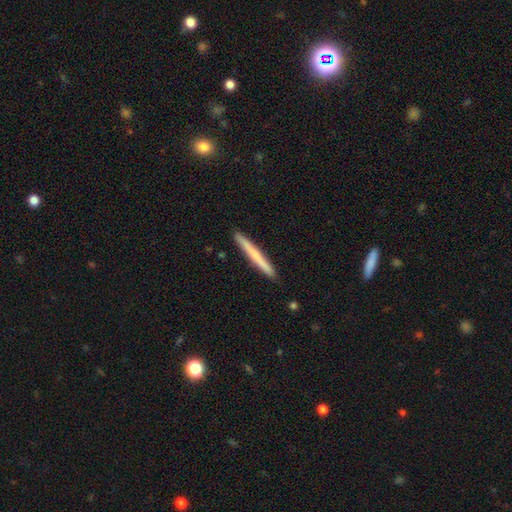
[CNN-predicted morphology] smooth-or-featured: smooth: 62% | featured or disk: 33% | star or artifact: 6%
  how-rounded: cigar-shaped: 97% | in between: 2% | round: 1%
  merging: none: 92% | minor disturbance: 5% | major disturbance: 1% | merger: 1%